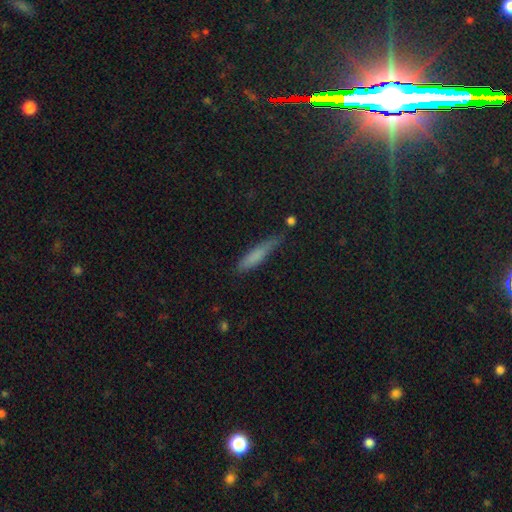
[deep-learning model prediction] A smooth galaxy with no disk features (72%) that is cigar-shaped (87%).

Vote fractions:
- Smooth or featured? smooth: 72% / featured or disk: 18% / star or artifact: 9%
- How rounded? cigar-shaped: 87% / in between: 11% / round: 2%
- Merging? none: 68% / minor disturbance: 24% / major disturbance: 5% / merger: 3%